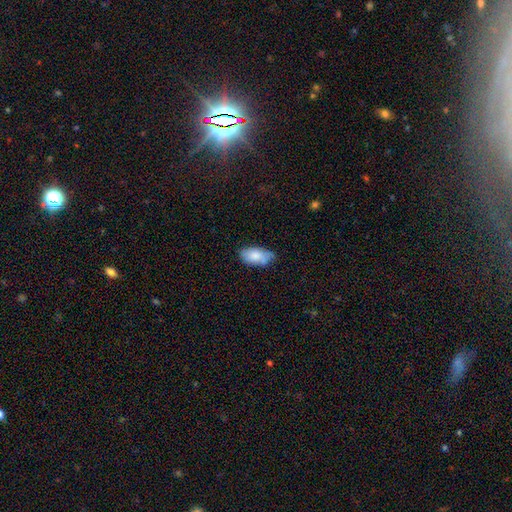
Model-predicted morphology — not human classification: A smooth galaxy with no disk features (78%) that is in between round and cigar-shaped (94%).

Vote fractions:
- Smooth or featured? smooth: 78% / featured or disk: 15% / star or artifact: 7%
- How rounded? in between: 94% / round: 3% / cigar-shaped: 3%
- Merging? none: 57% / minor disturbance: 33% / major disturbance: 6% / merger: 4%